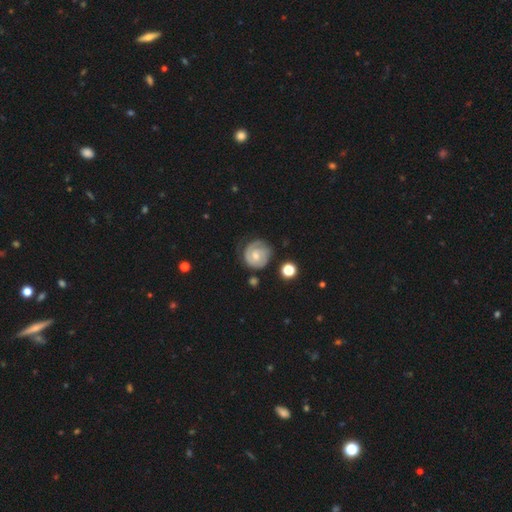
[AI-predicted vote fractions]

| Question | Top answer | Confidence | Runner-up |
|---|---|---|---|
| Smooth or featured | featured or disk | 74% | smooth (20%) |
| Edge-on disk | no | 98% | yes (2%) |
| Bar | no | 66% | weak (29%) |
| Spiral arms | yes | 93% | no (7%) |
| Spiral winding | tight | 72% | medium (22%) |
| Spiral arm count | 2 | 48% | 1 (20%) |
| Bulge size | moderate | 56% | small (37%) |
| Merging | none | 69% | minor disturbance (20%) |